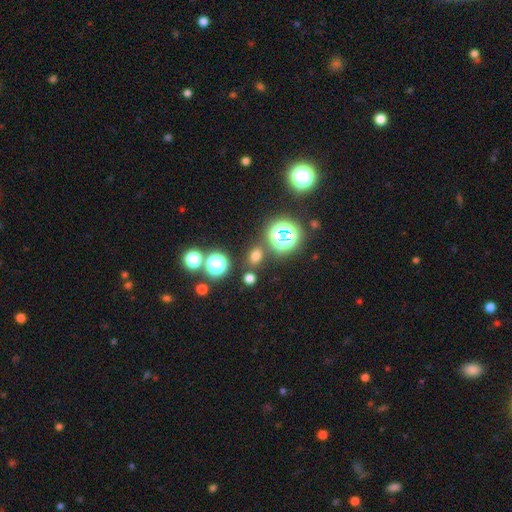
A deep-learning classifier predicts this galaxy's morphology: smooth_or_featured: smooth (p=0.62) [alt: star or artifact p=0.31]
how_rounded: in between (p=0.49) [tied with: round p=0.49]
merging: none (p=0.81) [alt: minor disturbance p=0.09]